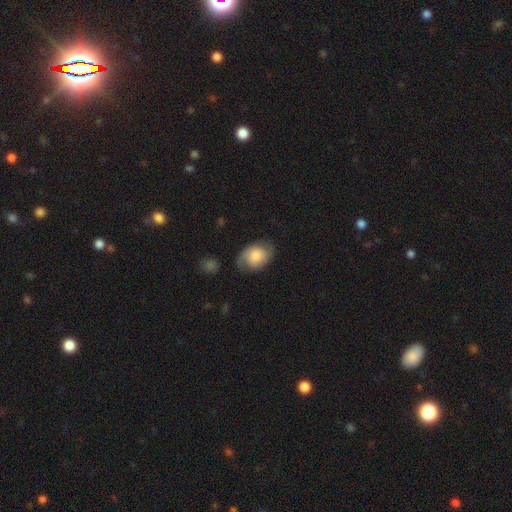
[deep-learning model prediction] Morphology: type=smooth (49%); merging=none (57%).